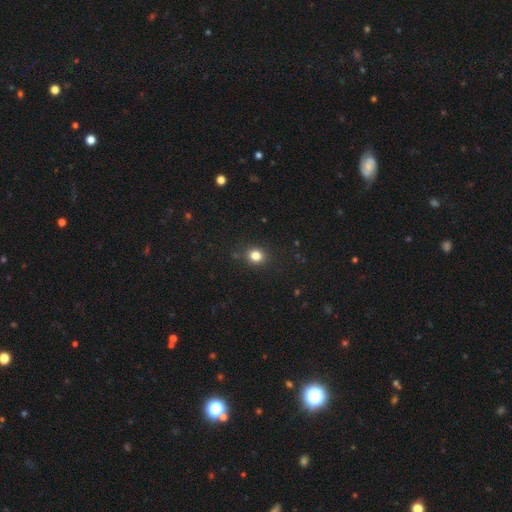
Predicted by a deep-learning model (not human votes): This appears to be a smooth galaxy with no disk features (81%) that is round (80%). Merging: none (87%).